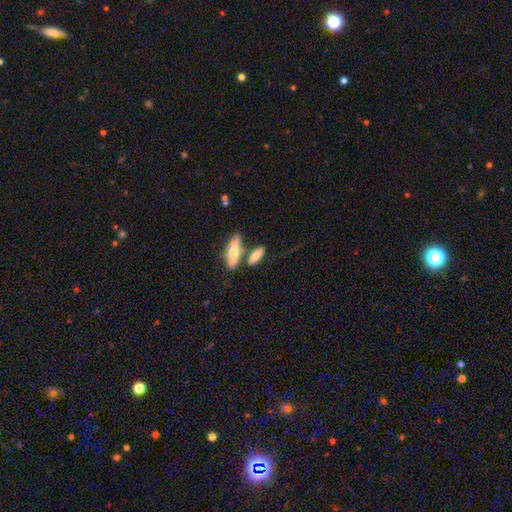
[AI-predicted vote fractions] smooth_or_featured: smooth (p=0.70) [alt: featured or disk p=0.23]
how_rounded: in between (p=0.66) [alt: cigar-shaped p=0.31]
merging: none (p=0.51) [alt: merger p=0.27]